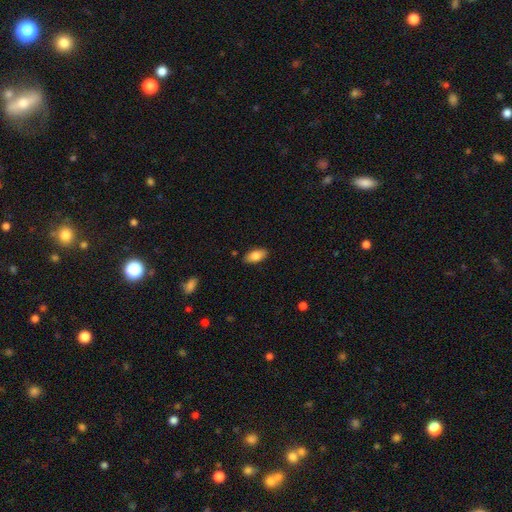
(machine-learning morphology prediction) A smooth galaxy with no disk features (82%) that is in between round and cigar-shaped (90%). Merging: none (88%).